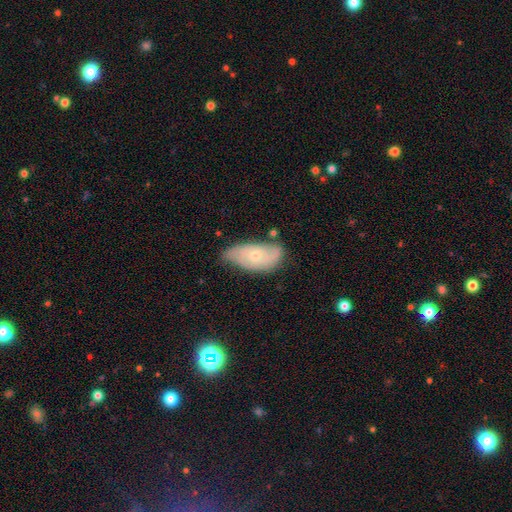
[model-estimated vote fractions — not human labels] Smooth or featured?
  - featured or disk: 58% *
  - smooth: 35%
  - star or artifact: 7%
Edge-on disk?
  - no: 90% *
  - yes: 10%
Bar?
  - no: 77% *
  - weak: 20%
  - strong: 3%
Spiral arms?
  - yes: 77% *
  - no: 23%
Bulge size?
  - small: 55% *
  - moderate: 41%
  - none: 1%
  - large: 1%
  - dominant: 1%
Merging?
  - none: 52% *
  - minor disturbance: 37%
  - major disturbance: 9%
  - merger: 3%